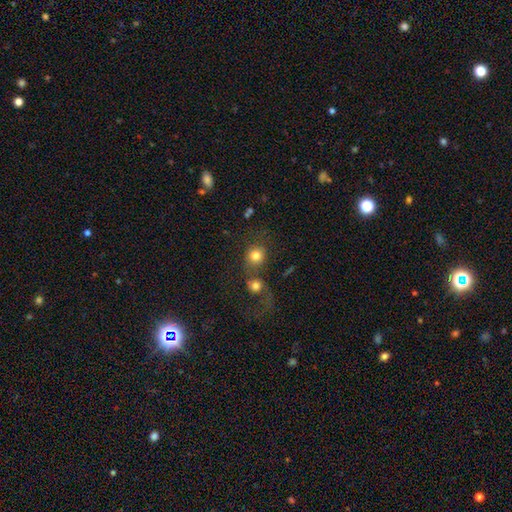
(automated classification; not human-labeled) A smooth galaxy with no disk features (77%) that is round (81%).

Vote fractions:
- Smooth or featured? smooth: 77% / featured or disk: 13% / star or artifact: 10%
- How rounded? round: 81% / in between: 18% / cigar-shaped: 1%
- Merging? merger: 47% / none: 34% / major disturbance: 11% / minor disturbance: 8%